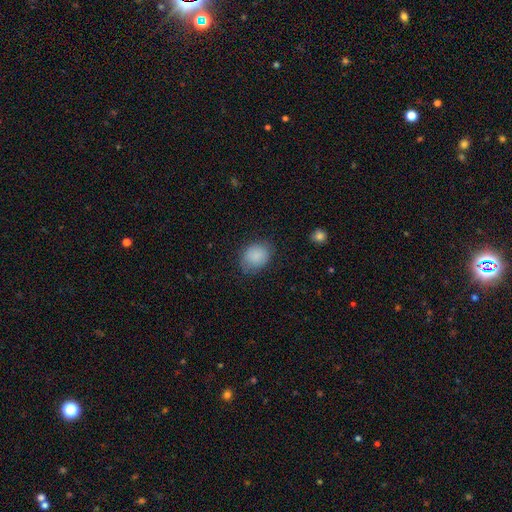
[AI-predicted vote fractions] Smooth or featured? Predicted: smooth (p=0.87). How rounded? Predicted: in between (p=0.51). Merging? Predicted: none (p=0.75).